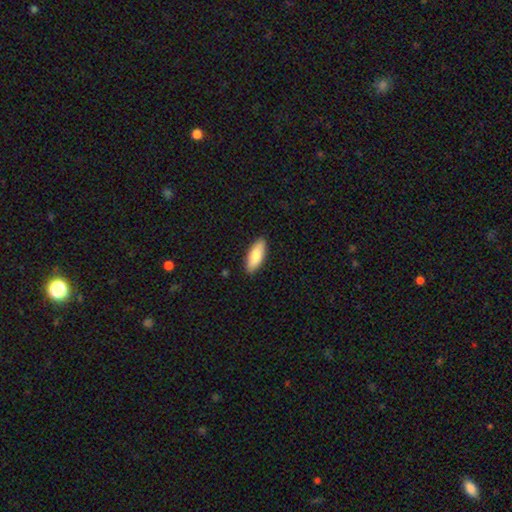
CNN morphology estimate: A smooth galaxy with no disk features (85%) that is in between round and cigar-shaped (75%). Merging: none (88%).